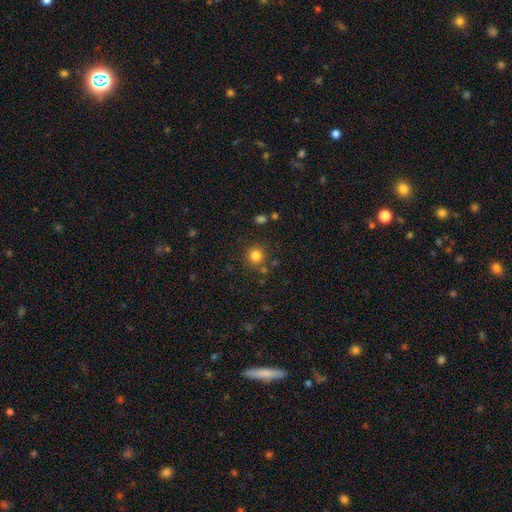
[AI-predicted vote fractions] This is clearly a smooth galaxy (82%). How rounded: clearly round (92%). Merging: likely none (79%).